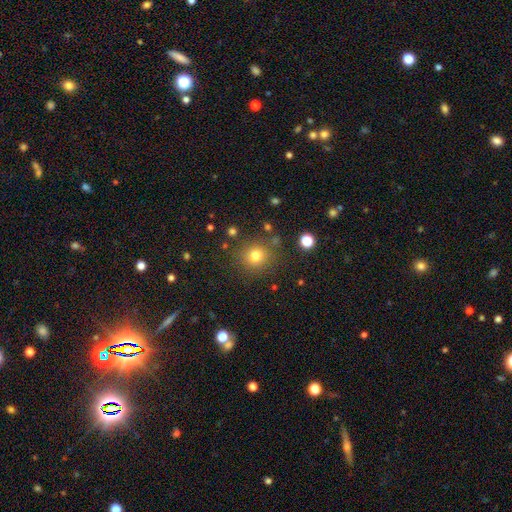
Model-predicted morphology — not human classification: smooth_or_featured: smooth (p=0.78) [alt: star or artifact p=0.15]
how_rounded: round (p=0.92) [alt: in between p=0.07]
merging: none (p=0.85) [alt: minor disturbance p=0.09]